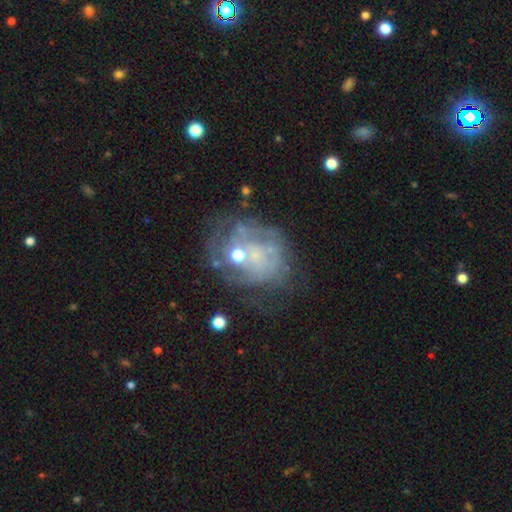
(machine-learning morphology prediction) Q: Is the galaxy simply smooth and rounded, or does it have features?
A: featured or disk — 69%.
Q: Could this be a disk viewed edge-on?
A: no — 98%.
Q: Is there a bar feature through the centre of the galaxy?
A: no — 84%.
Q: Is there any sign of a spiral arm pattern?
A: yes — 52%.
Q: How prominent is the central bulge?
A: small — 49%.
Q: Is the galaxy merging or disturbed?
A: none — 48%.